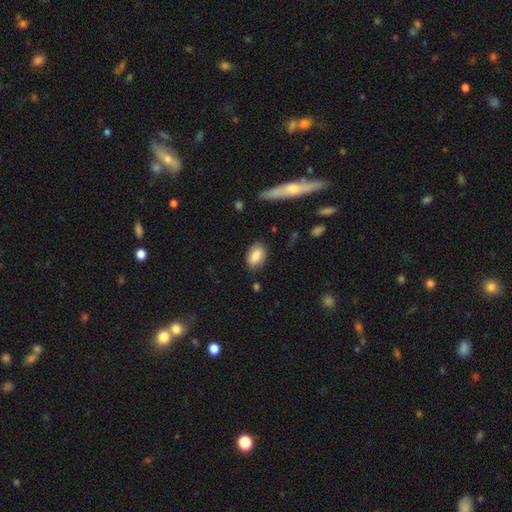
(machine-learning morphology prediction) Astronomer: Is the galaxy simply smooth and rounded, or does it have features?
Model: smooth — 82%.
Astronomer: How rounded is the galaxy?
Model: in between — 89%.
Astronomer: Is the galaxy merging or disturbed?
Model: none — 82%.